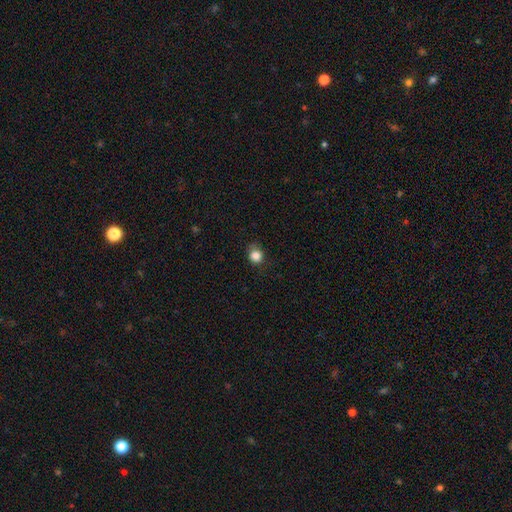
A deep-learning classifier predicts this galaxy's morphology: Overall: smooth (84%). How rounded: round (84%). Merging: none (74%).